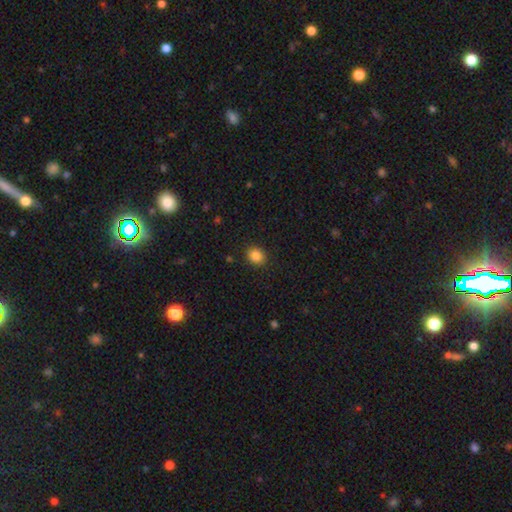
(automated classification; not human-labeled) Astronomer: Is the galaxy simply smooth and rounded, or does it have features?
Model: smooth — 86%.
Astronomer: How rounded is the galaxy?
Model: round — 56% (runner-up: in between, 43%).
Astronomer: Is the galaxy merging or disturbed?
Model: none — 90%.